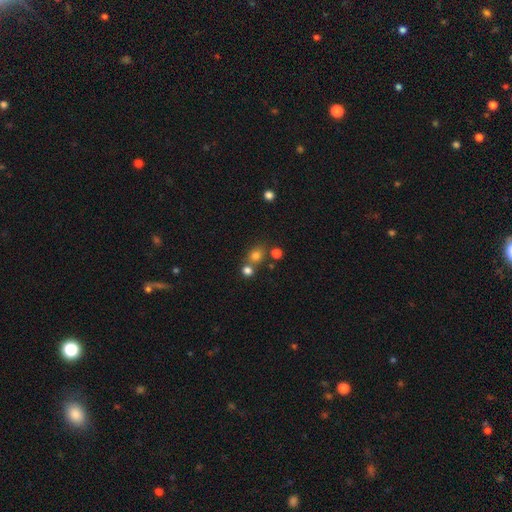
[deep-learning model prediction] Smooth or featured? smooth (76%)
How rounded? round (69%)
Merging? none (59%)